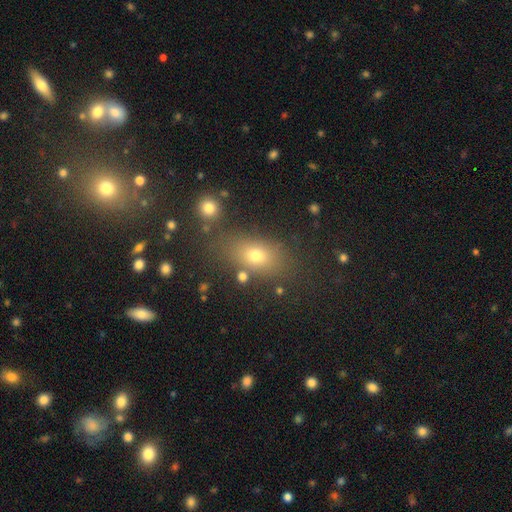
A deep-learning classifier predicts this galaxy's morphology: Smooth or featured? smooth (69%)
How rounded? in between (73%)
Merging? none (76%)